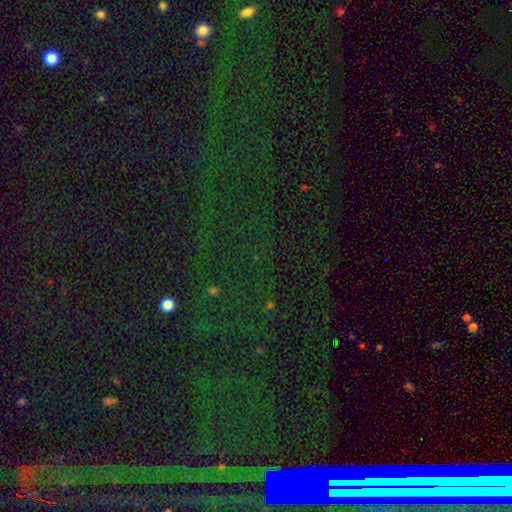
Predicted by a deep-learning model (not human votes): Smooth or featured: star or artifact — 78% (featured or disk — 11%)